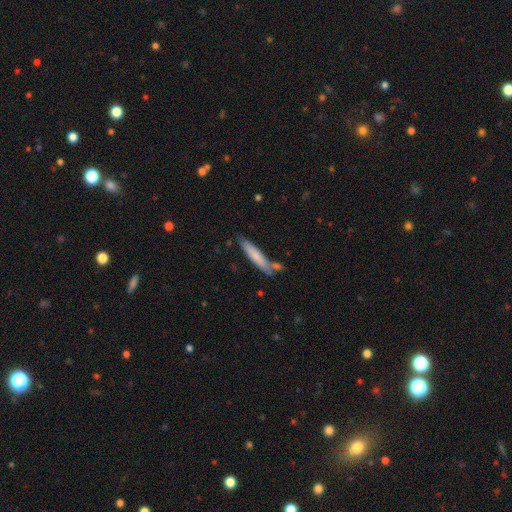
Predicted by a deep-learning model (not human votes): Q: Smooth or featured?
A: smooth (74%); runner-up: featured or disk (20%)
Q: How rounded?
A: cigar-shaped (89%); runner-up: in between (10%)
Q: Merging?
A: none (71%); runner-up: minor disturbance (17%)